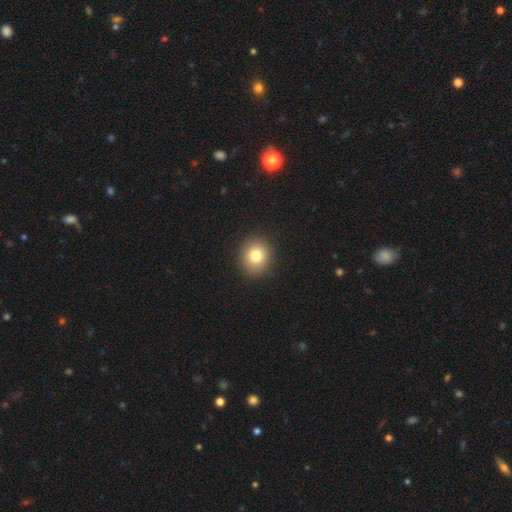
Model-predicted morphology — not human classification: A smooth galaxy with no disk features (79%) that is round (77%).

Vote fractions:
- Smooth or featured? smooth: 79% / star or artifact: 11% / featured or disk: 10%
- How rounded? round: 77% / in between: 22% / cigar-shaped: 1%
- Merging? none: 91% / minor disturbance: 6% / major disturbance: 2% / merger: 1%